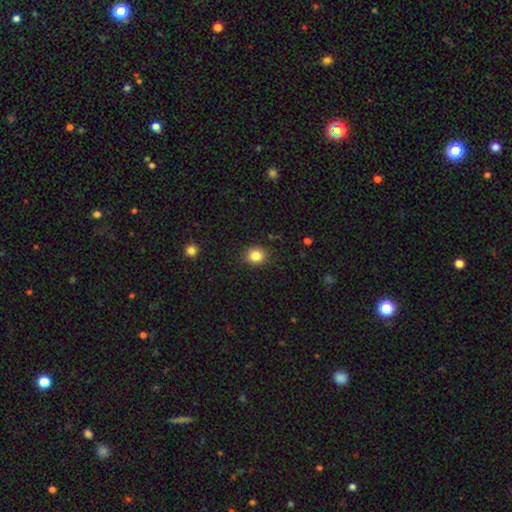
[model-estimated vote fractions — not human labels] A smooth galaxy with no disk features (84%) that is round (79%). Merging: none (89%).